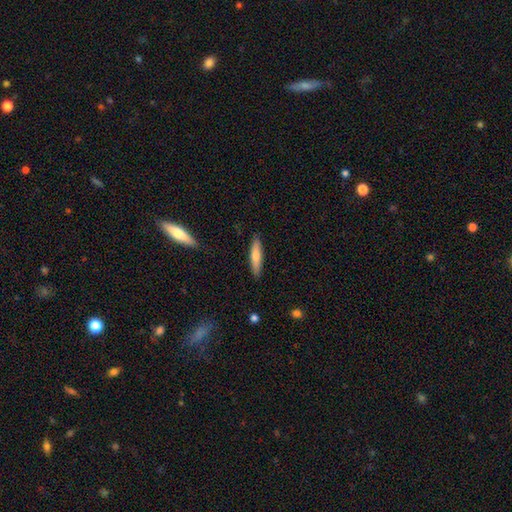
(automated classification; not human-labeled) This appears to be a smooth galaxy with no disk features (71%) that is cigar-shaped (82%). Merging: none (88%).